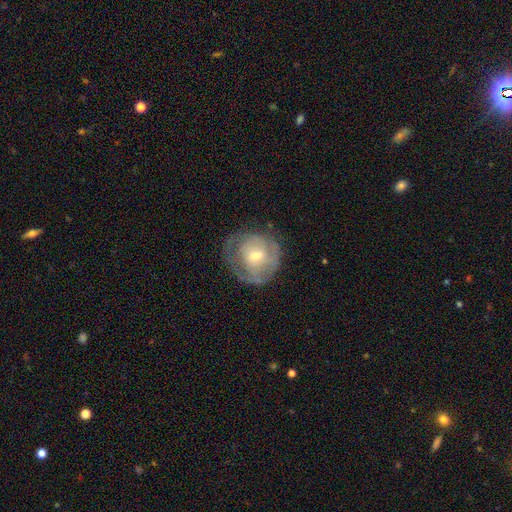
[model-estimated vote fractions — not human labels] smooth-or-featured: featured or disk: 59% | smooth: 34% | star or artifact: 7%
  disk-edge-on: no: 97% | yes: 3%
    bar: no: 53% | weak: 39% | strong: 8%
    has-spiral-arms: yes: 64% | no: 36%
    bulge-size: moderate: 48% | small: 45% | large: 4% | none: 2% | dominant: 1%
  merging: none: 61% | minor disturbance: 22% | major disturbance: 16% | merger: 1%